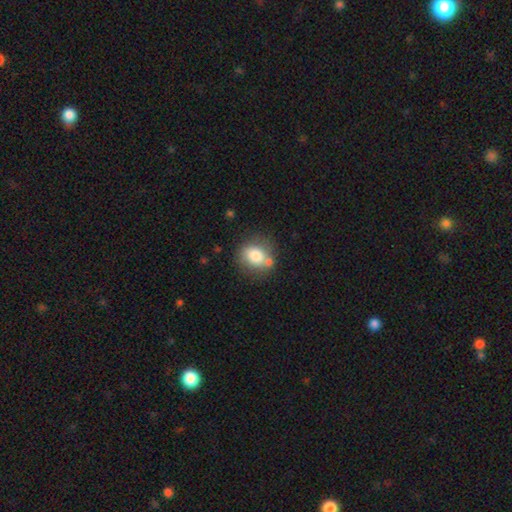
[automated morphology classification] smooth-or-featured: smooth: 77% | featured or disk: 14% | star or artifact: 9%
  how-rounded: round: 64% | in between: 35% | cigar-shaped: 1%
  merging: none: 64% | minor disturbance: 17% | merger: 13% | major disturbance: 6%